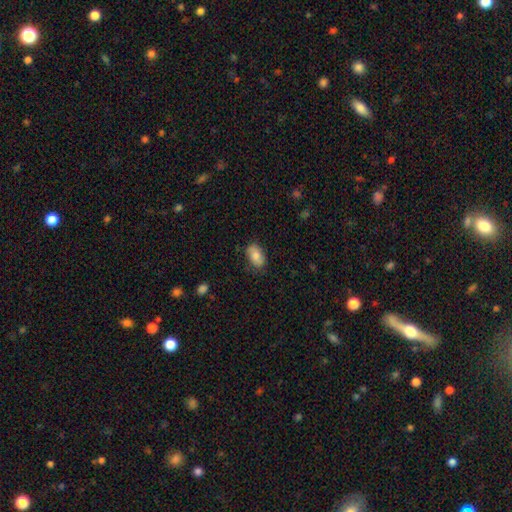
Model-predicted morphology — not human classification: This is likely a smooth galaxy (79%). How rounded: clearly in between (91%). Merging: likely none (77%).